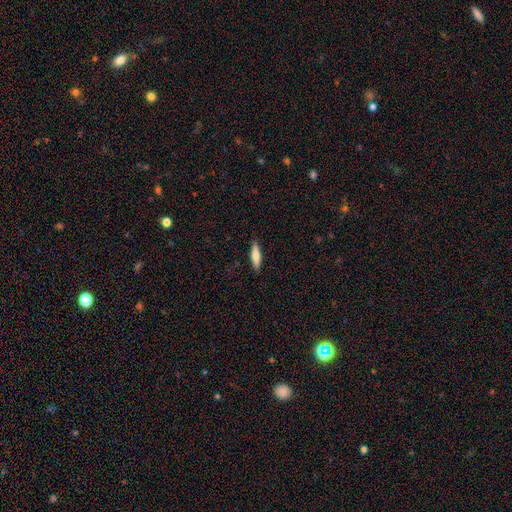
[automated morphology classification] A smooth galaxy with no disk features (67%) that is cigar-shaped (76%). Merging: none (89%).